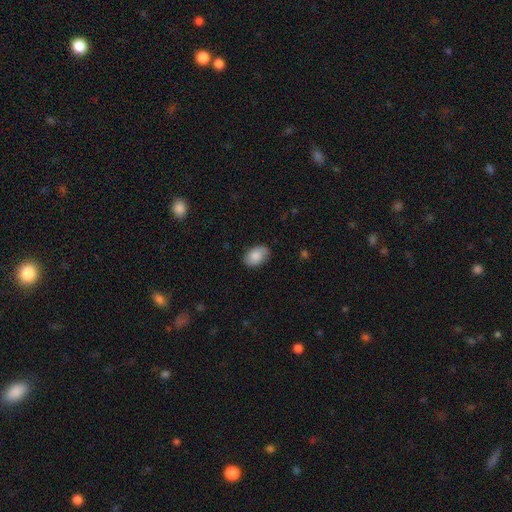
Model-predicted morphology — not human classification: smooth_or_featured: smooth (p=0.80) [alt: featured or disk p=0.13]
how_rounded: in between (p=0.89) [alt: round p=0.10]
merging: none (p=0.81) [alt: minor disturbance p=0.15]